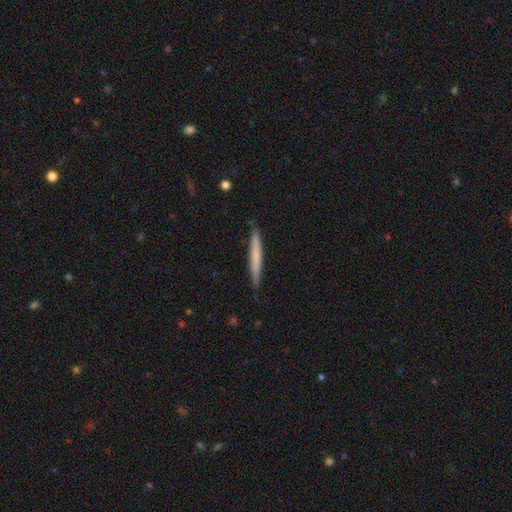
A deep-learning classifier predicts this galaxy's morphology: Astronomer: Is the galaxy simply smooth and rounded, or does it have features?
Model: smooth — 64%.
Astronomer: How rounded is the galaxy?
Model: cigar-shaped — 97%.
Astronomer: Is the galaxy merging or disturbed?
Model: none — 89%.